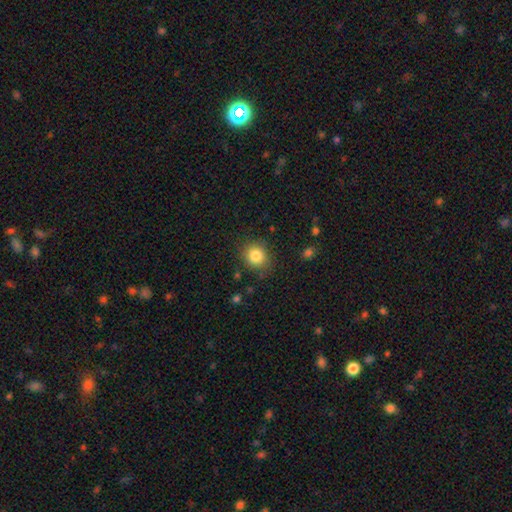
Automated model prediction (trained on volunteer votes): Overall: smooth (84%). How rounded: round (78%). Merging: none (84%).